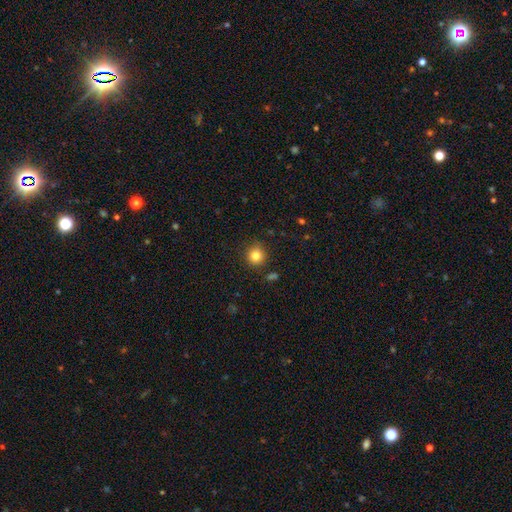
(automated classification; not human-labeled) Smooth or featured? Predicted: smooth (p=0.82). How rounded? Predicted: round (p=0.92). Merging? Predicted: none (p=0.88).